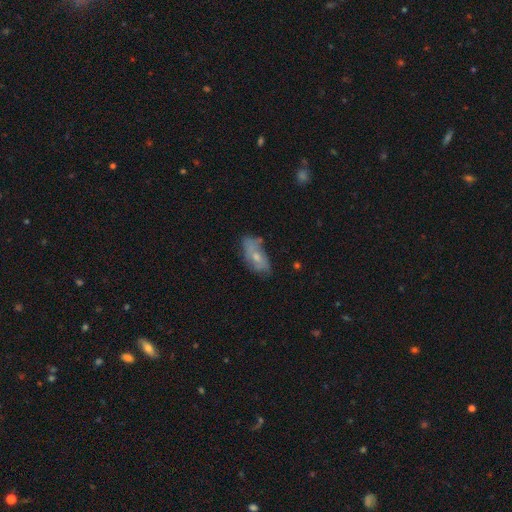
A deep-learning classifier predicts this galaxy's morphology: The model was most divided on "smooth or featured": smooth: 51%, featured or disk: 40%, star or artifact: 9%. Remaining: how rounded — in between (86%); merging — none (49%).